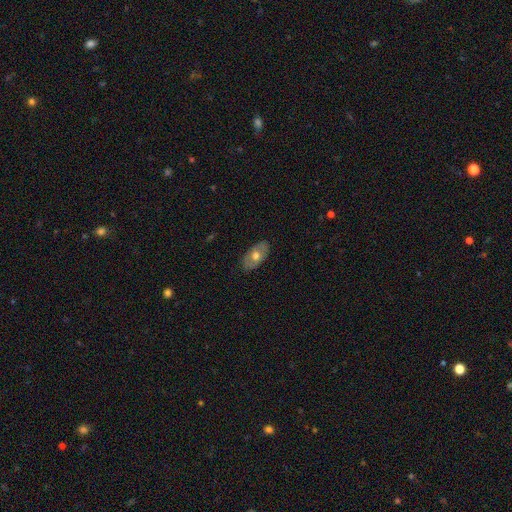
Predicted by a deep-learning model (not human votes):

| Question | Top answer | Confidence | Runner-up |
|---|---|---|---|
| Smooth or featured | smooth | 56% | featured or disk (38%) |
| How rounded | in between | 92% | round (6%) |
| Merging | none | 85% | minor disturbance (12%) |